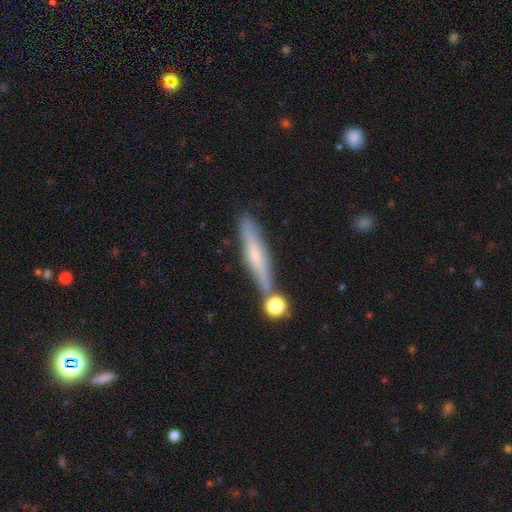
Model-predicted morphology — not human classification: Smooth or featured? Predicted: featured or disk (p=0.47). Merging? Predicted: none (p=0.73).